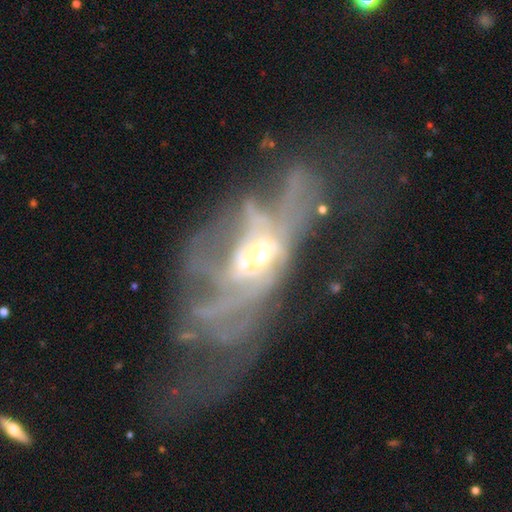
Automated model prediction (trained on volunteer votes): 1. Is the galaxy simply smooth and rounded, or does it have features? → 76% featured or disk, 13% smooth, 11% star or artifact.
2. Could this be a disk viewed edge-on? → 92% no, 8% yes.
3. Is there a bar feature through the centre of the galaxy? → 55% no, 30% weak, 14% strong.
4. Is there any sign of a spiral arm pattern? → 53% yes, 47% no.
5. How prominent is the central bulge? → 59% moderate, 23% small, 13% large, 3% none, 2% dominant.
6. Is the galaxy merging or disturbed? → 61% major disturbance, 15% merger, 14% none, 10% minor disturbance.